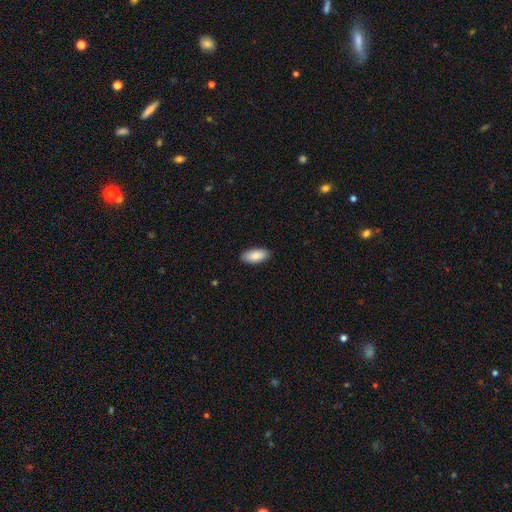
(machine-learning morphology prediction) This is clearly a smooth galaxy (89%). How rounded: clearly in between (90%). Merging: clearly none (89%).